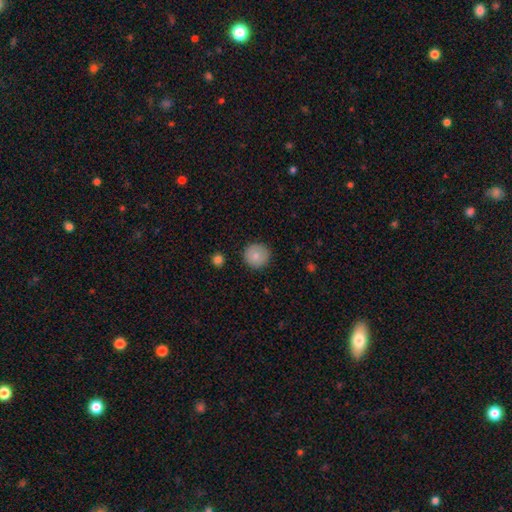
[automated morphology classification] Overall: smooth (82%). How rounded: round (95%). Merging: none (90%).